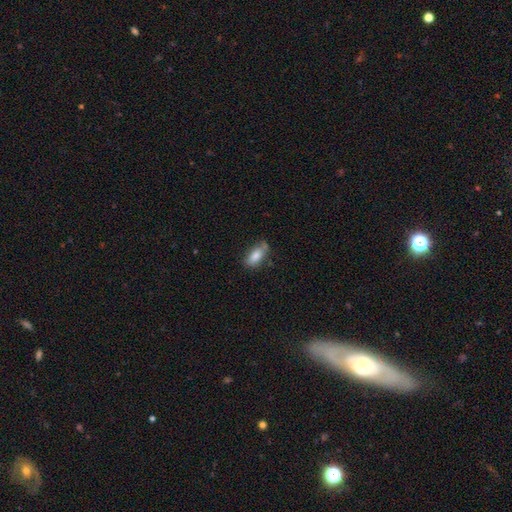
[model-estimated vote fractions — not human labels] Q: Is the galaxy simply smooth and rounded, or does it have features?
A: smooth — 82%.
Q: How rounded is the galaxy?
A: in between — 85%.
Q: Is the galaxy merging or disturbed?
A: none — 61%.